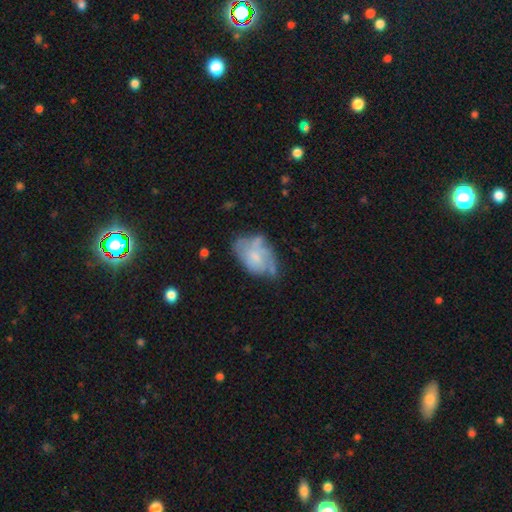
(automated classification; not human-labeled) Overall: featured or disk (51%; smooth 41%). Edge-on disk: no (97%). Merging: none (40%; minor disturbance 34%).